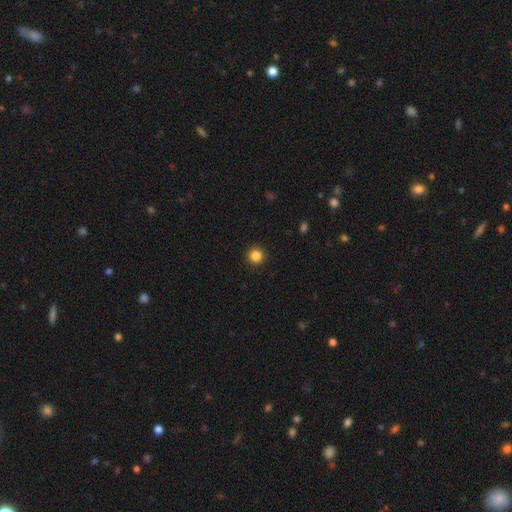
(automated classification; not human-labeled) smooth_or_featured: smooth (p=0.85) [alt: star or artifact p=0.11]
how_rounded: round (p=0.95) [alt: in between p=0.04]
merging: none (p=0.93) [alt: minor disturbance p=0.04]